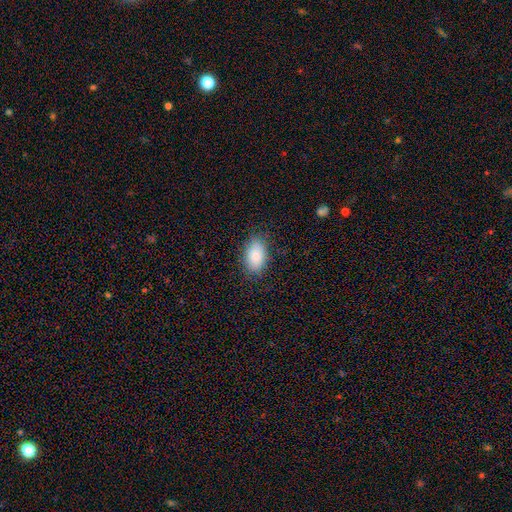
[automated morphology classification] smooth_or_featured: smooth (p=0.87) [alt: star or artifact p=0.07]
how_rounded: in between (p=0.92) [alt: round p=0.06]
merging: none (p=0.83) [alt: minor disturbance p=0.13]